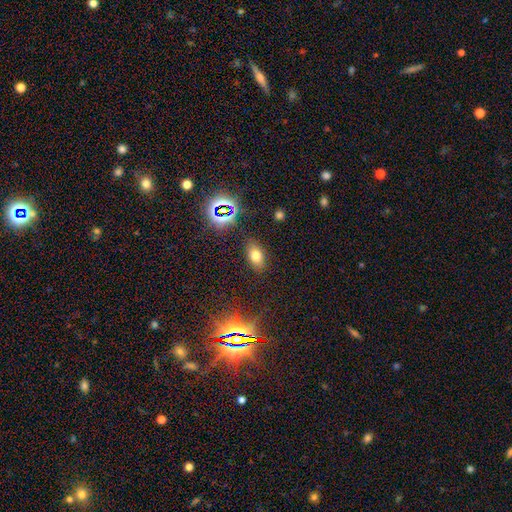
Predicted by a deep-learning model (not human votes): This is likely a smooth galaxy (69%). How rounded: clearly in between (84%). Merging: clearly none (85%).